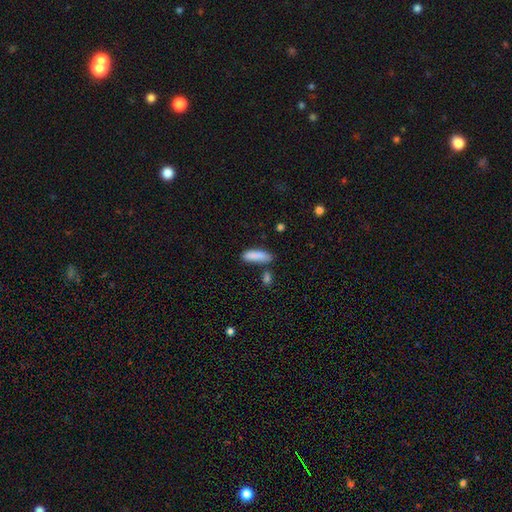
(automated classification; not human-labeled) smooth_or_featured: smooth (p=0.87) [alt: featured or disk p=0.07]
how_rounded: cigar-shaped (p=0.58) [alt: in between p=0.40]
merging: none (p=0.68) [alt: minor disturbance p=0.18]